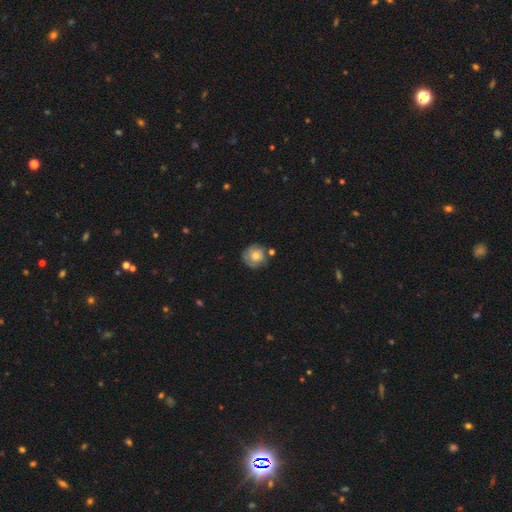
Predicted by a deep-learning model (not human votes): Q: Smooth or featured?
A: smooth (63%); runner-up: featured or disk (29%)
Q: How rounded?
A: round (89%); runner-up: in between (10%)
Q: Merging?
A: none (66%); runner-up: minor disturbance (21%)